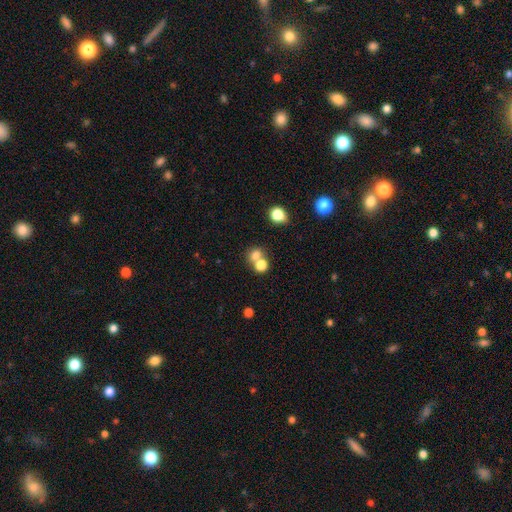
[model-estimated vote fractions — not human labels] This appears to be a smooth galaxy with no disk features (74%) that is round (73%). Merging: merger (49%).